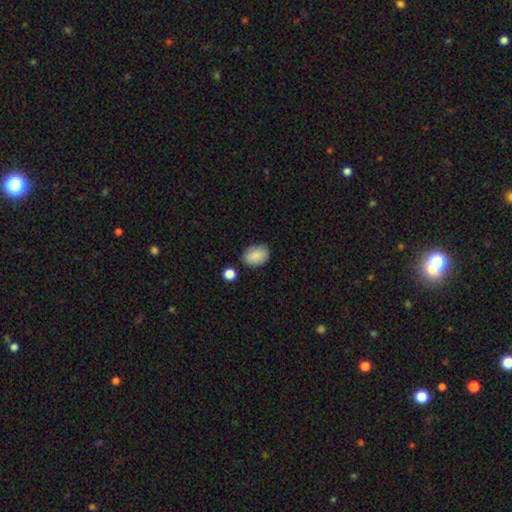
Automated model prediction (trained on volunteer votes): smooth_or_featured: smooth (p=0.88) [alt: star or artifact p=0.07]
how_rounded: in between (p=0.80) [alt: round p=0.19]
merging: none (p=0.80) [alt: minor disturbance p=0.14]